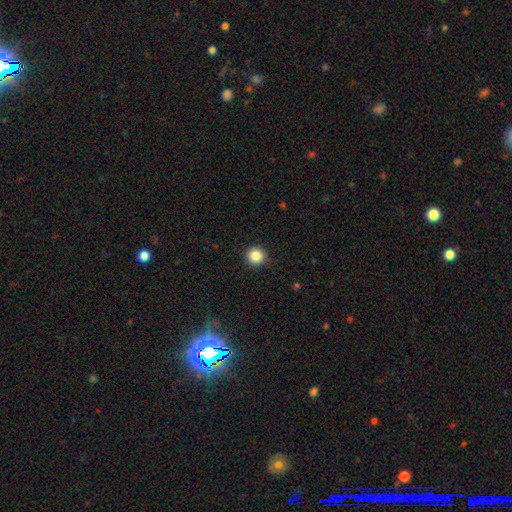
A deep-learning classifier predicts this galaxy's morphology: This is clearly a smooth galaxy (86%). How rounded: clearly round (95%). Merging: clearly none (91%).